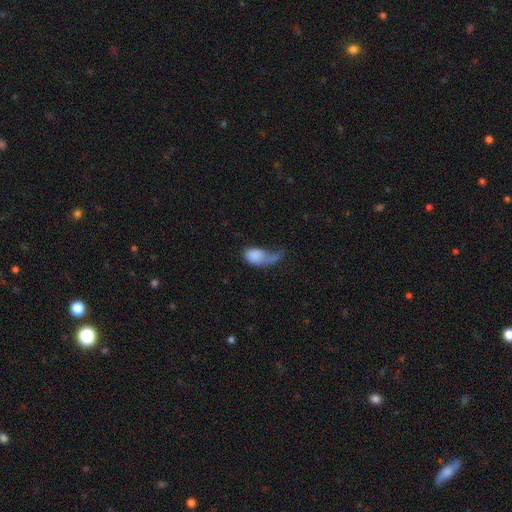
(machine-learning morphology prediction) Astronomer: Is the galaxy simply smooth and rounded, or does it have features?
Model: smooth — 68%.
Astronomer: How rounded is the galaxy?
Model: in between — 83%.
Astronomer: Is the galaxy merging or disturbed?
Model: major disturbance — 56%.